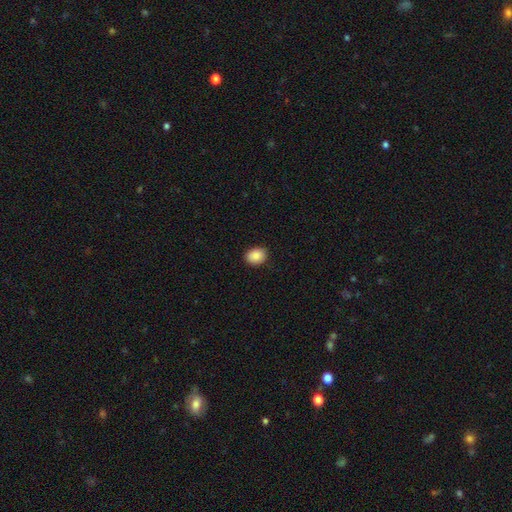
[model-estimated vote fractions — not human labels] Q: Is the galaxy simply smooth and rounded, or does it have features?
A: smooth — 87%.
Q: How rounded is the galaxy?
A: in between — 52%.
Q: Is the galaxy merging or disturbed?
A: none — 88%.